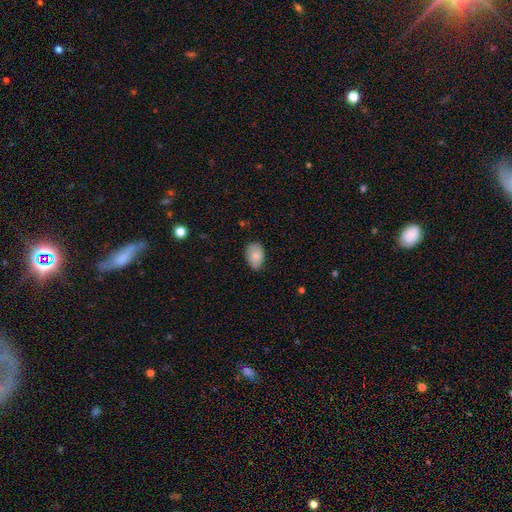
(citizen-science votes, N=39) Smooth or featured? 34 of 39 (87%) said smooth. How rounded? 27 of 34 (79%) said in between. Merging? 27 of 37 (73%) said none.